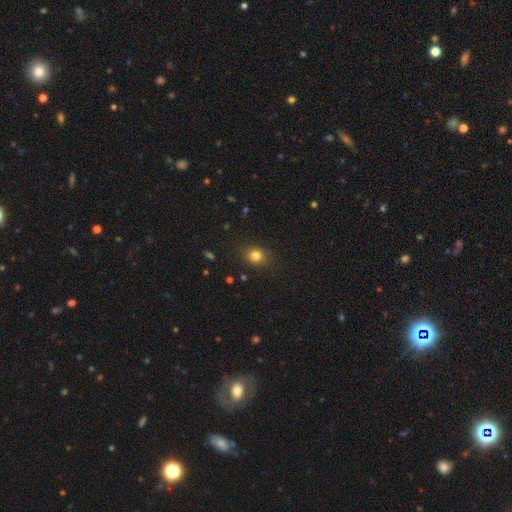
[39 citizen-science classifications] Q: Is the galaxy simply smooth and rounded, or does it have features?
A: smooth — 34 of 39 (87%).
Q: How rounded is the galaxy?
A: round — 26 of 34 (76%).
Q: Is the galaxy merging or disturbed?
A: none — 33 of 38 (87%).